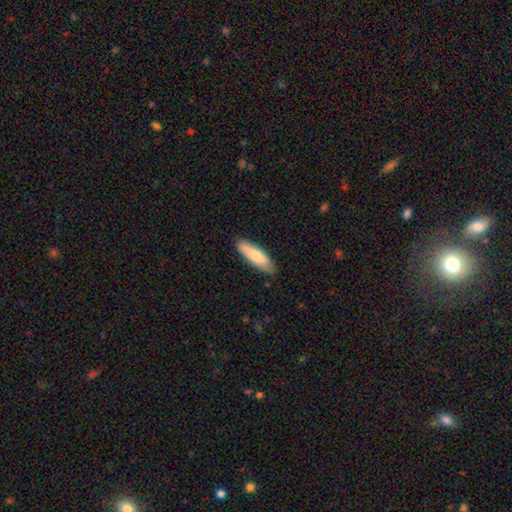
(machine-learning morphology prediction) type=smooth (75%); roundness=in between (50%); merging=none (84%).